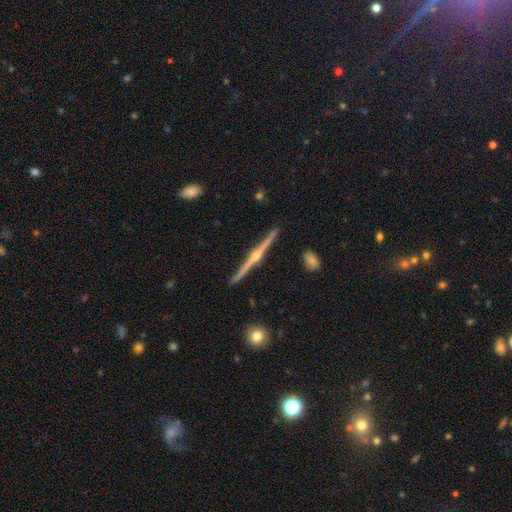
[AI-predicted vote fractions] This appears to be a featured or disk galaxy (84%) viewed edge-on (98%) with a rounded central bulge (91%). Merging: none (91%).